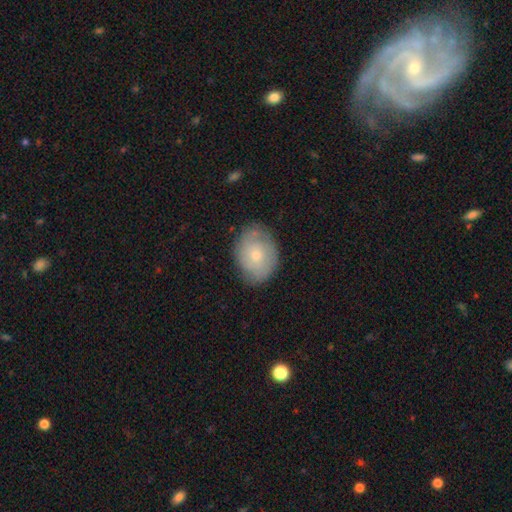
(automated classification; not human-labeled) Smooth or featured: smooth — 59% (featured or disk — 35%)
How rounded: in between — 64% (round — 35%)
Merging: none — 73% (minor disturbance — 20%)